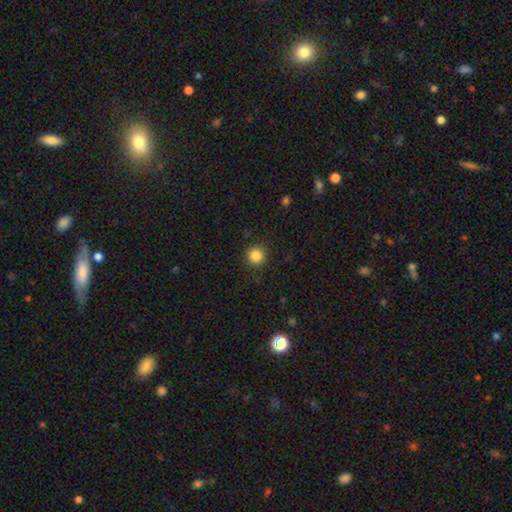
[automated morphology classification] This is clearly a smooth galaxy (85%). How rounded: clearly round (93%). Merging: clearly none (90%).